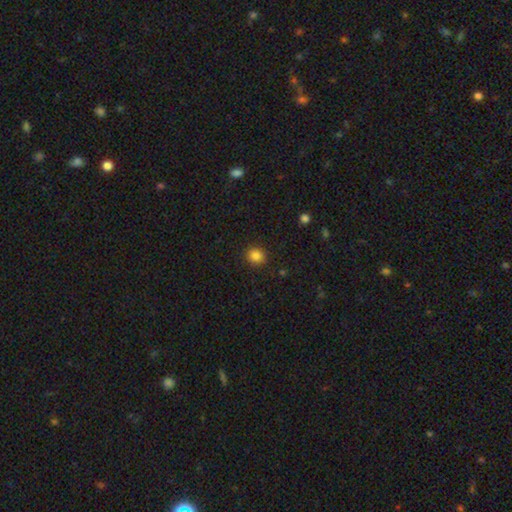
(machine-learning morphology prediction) Smooth or featured? smooth (84%)
How rounded? round (87%)
Merging? none (91%)